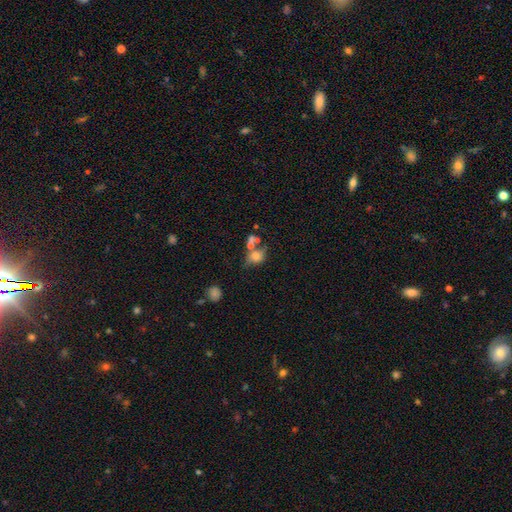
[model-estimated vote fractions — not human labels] This appears to be a smooth galaxy with no disk features (63%) that is round (52%). Merging: merger (38%).